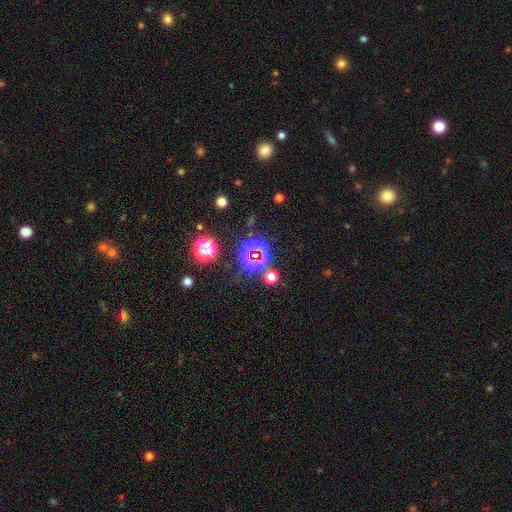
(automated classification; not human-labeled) Smooth or featured: star or artifact — 73% (smooth — 19%)